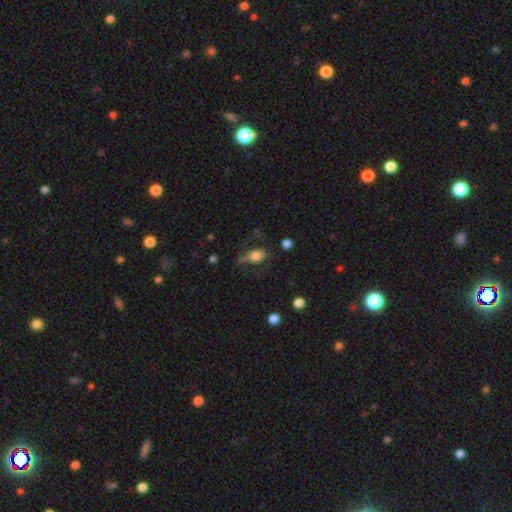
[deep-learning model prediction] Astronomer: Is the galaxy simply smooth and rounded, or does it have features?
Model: smooth — 68%.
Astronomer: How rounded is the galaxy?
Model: in between — 73%.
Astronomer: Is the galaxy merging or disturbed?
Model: none — 43% (runner-up: minor disturbance, 27%).